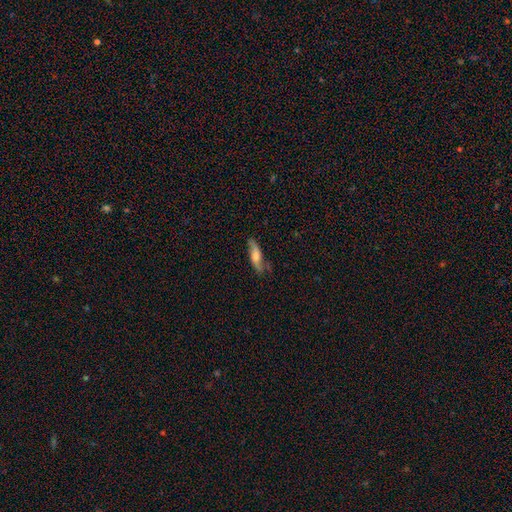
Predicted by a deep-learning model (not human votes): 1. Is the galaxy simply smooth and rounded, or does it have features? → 52% featured or disk, 41% smooth, 7% star or artifact.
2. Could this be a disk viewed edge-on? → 65% no, 35% yes.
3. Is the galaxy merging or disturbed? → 65% none, 24% minor disturbance, 9% major disturbance, 3% merger.